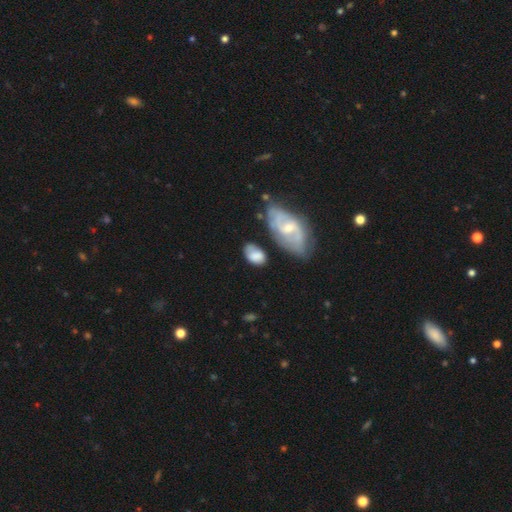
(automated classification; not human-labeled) Q: Smooth or featured?
A: smooth (63%); runner-up: featured or disk (30%)
Q: How rounded?
A: in between (85%); runner-up: round (13%)
Q: Merging?
A: none (51%); runner-up: minor disturbance (27%)